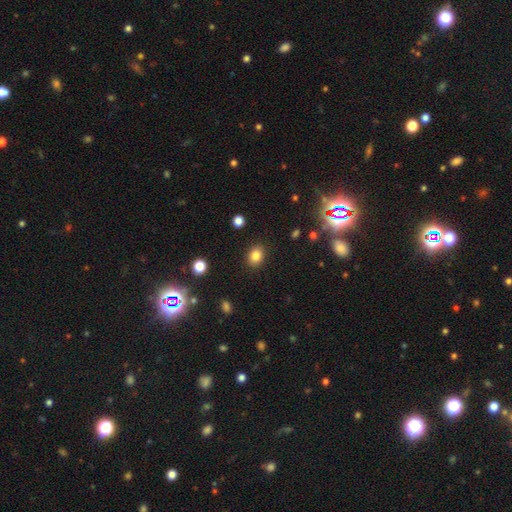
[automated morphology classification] type=smooth (83%); roundness=in between (51%); merging=none (89%).